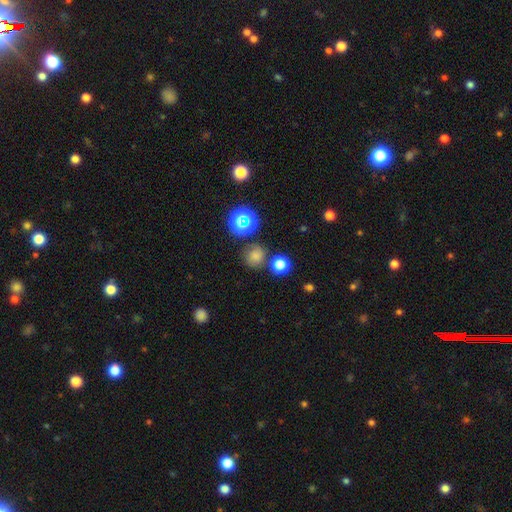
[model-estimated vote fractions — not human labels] smooth_or_featured: smooth (p=0.68) [alt: star or artifact p=0.23]
how_rounded: round (p=0.88) [alt: in between p=0.11]
merging: none (p=0.73) [alt: minor disturbance p=0.12]